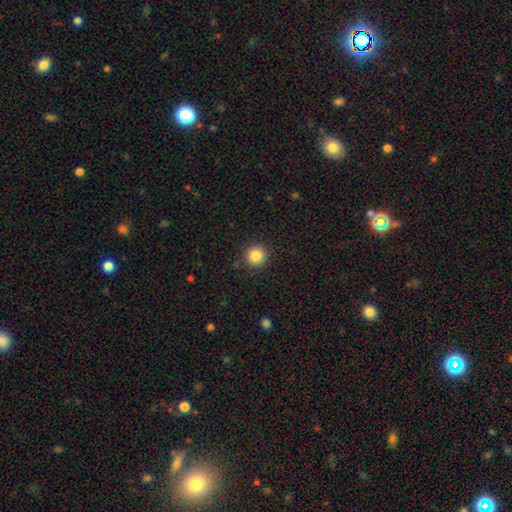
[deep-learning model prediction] Morphology: type=smooth (84%); roundness=round (94%); merging=none (89%).